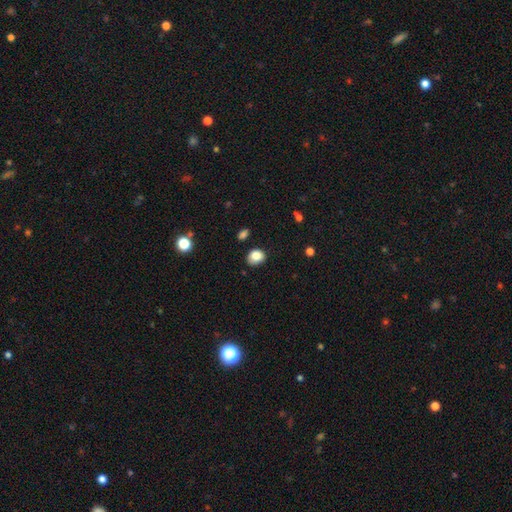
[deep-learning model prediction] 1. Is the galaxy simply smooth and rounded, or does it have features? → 85% smooth, 10% star or artifact, 6% featured or disk.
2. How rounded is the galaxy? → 50% round, 49% in between, 1% cigar-shaped.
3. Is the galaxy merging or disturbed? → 80% none, 15% minor disturbance, 3% major disturbance, 2% merger.